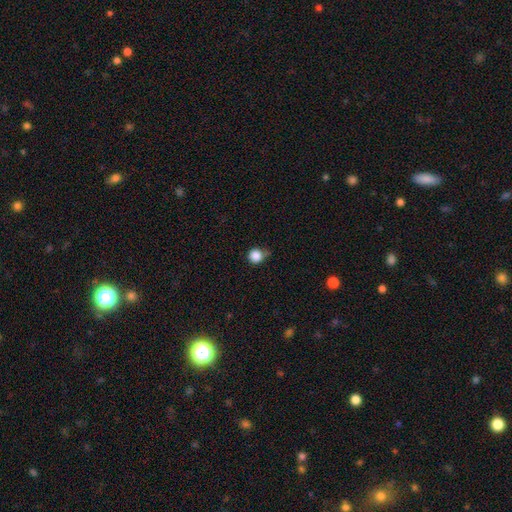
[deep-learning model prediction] This appears to be a smooth galaxy with no disk features (85%) that is round (92%). Merging: none (59%).